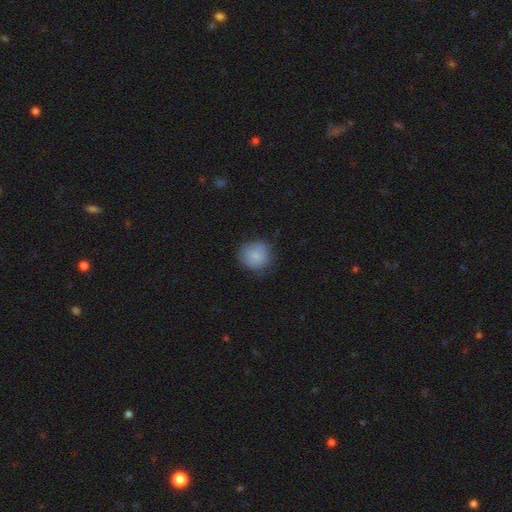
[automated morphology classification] Smooth or featured? smooth (84%)
How rounded? round (84%)
Merging? none (73%)